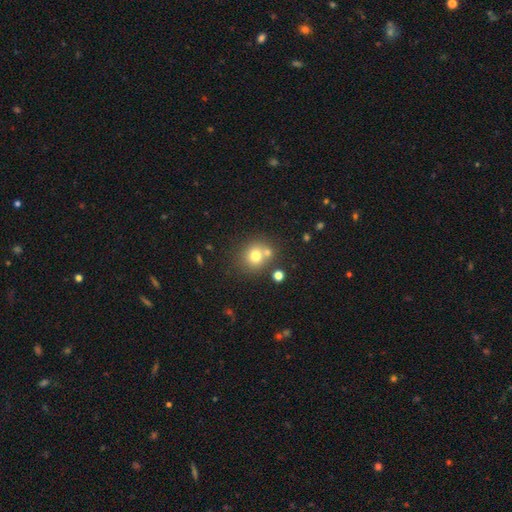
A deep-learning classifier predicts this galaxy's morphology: Overall: smooth (73%). How rounded: round (84%). Merging: none (60%; merger 27%).